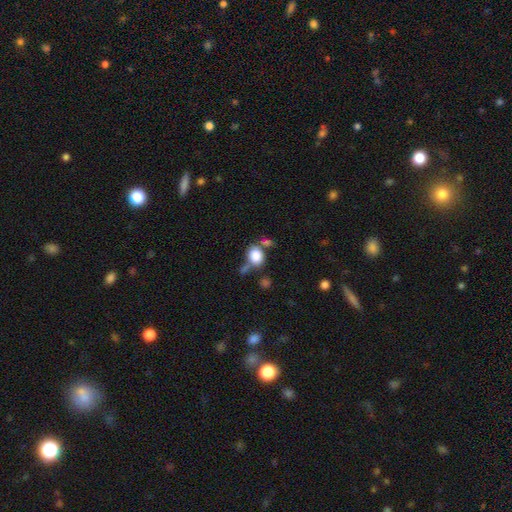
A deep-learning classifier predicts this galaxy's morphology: The model was most divided on "merging": none: 50%, merger: 26%, minor disturbance: 16%, major disturbance: 7%. More confident: smooth or featured — smooth (84%); how rounded — in between (63%).